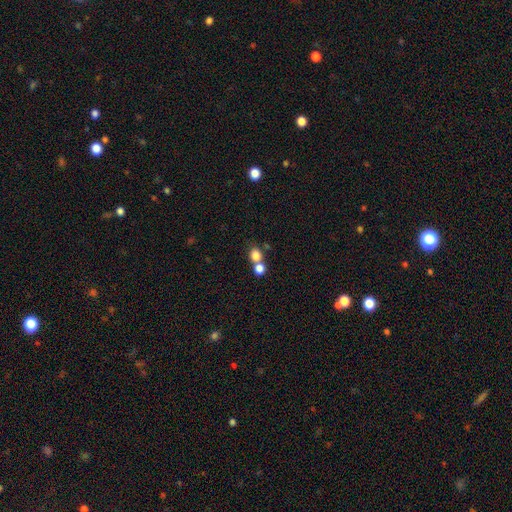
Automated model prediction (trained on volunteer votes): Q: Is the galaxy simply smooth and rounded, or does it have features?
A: smooth — 80%.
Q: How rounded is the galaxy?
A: round — 72%.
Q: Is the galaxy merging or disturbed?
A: merger — 46%.